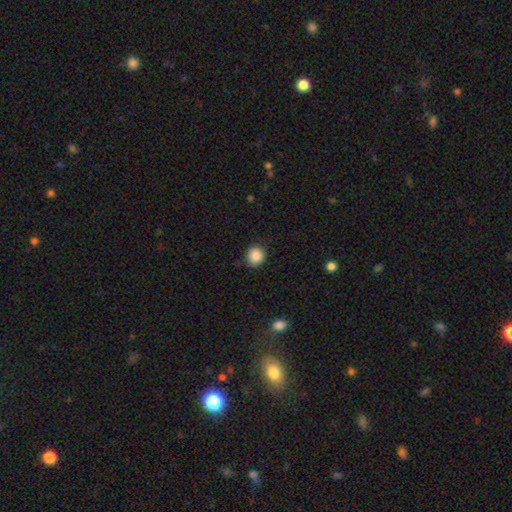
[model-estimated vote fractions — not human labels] This is clearly a smooth galaxy (88%). How rounded: clearly round (86%). Merging: clearly none (86%).